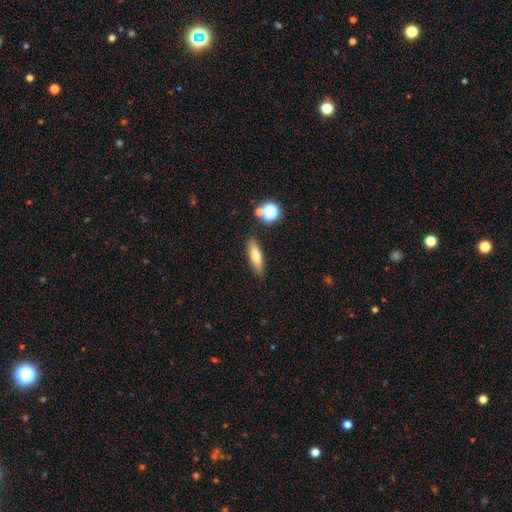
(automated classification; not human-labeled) The model was most divided on "how rounded": cigar-shaped: 57%, in between: 39%, round: 3%. More confident: merging — none (83%); smooth or featured — smooth (72%).